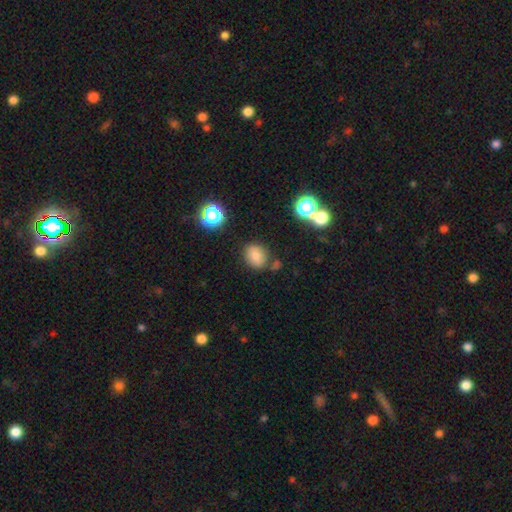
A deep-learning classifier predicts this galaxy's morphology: smooth-or-featured: smooth: 79% | star or artifact: 14% | featured or disk: 7%
  how-rounded: round: 50% | in between: 49% | cigar-shaped: 1%
  merging: none: 76% | minor disturbance: 13% | merger: 7% | major disturbance: 4%